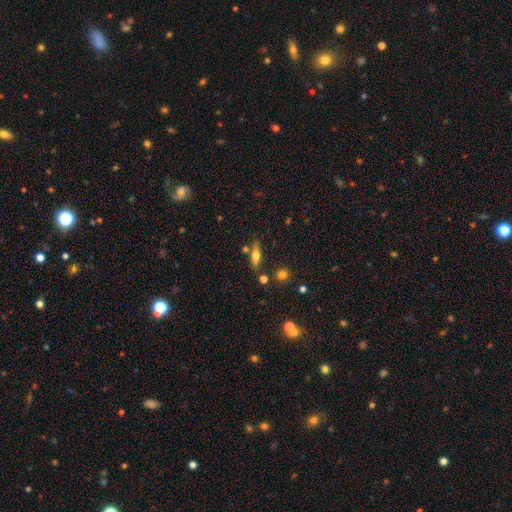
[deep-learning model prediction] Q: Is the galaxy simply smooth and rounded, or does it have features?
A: smooth — 55%.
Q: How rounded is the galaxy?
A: in between — 51%.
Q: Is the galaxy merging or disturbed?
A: none — 71%.